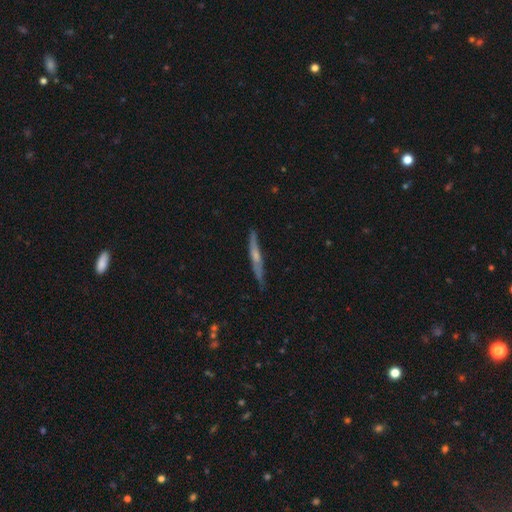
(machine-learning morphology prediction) featured or disk 60%, smooth 34%, star or artifact 6%. Down the decision tree: edge-on disk — yes (95%); edge-on bulge — rounded (58%); merging — none (83%).